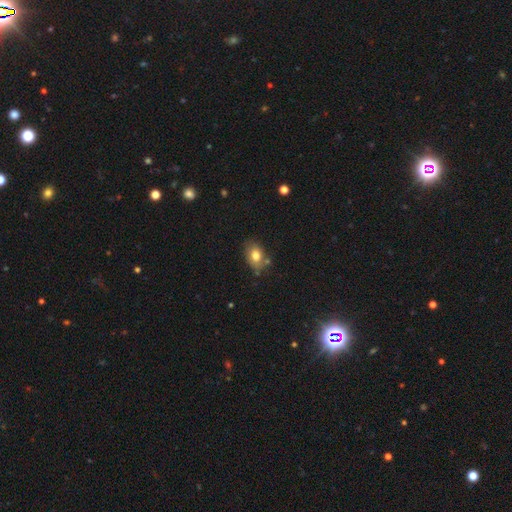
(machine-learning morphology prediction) smooth-or-featured: smooth: 78% | featured or disk: 13% | star or artifact: 9%
  how-rounded: in between: 79% | round: 19% | cigar-shaped: 1%
  merging: none: 70% | minor disturbance: 18% | merger: 7% | major disturbance: 4%